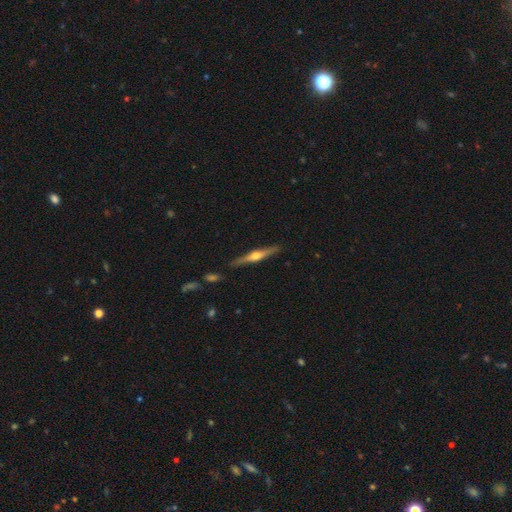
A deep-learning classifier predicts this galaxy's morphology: featured or disk 75%, smooth 19%, star or artifact 6%. Down the decision tree: edge-on disk — yes (98%); edge-on bulge — rounded (94%); merging — none (89%).